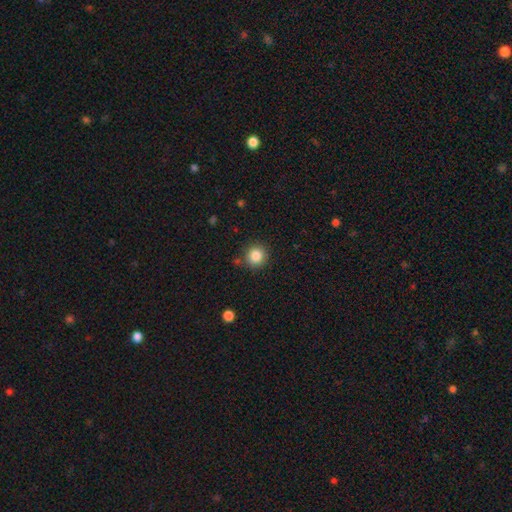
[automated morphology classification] A smooth galaxy with no disk features (85%) that is round (93%).

Vote fractions:
- Smooth or featured? smooth: 85% / star or artifact: 10% / featured or disk: 5%
- How rounded? round: 93% / in between: 6% / cigar-shaped: 1%
- Merging? none: 86% / minor disturbance: 8% / merger: 3% / major disturbance: 2%